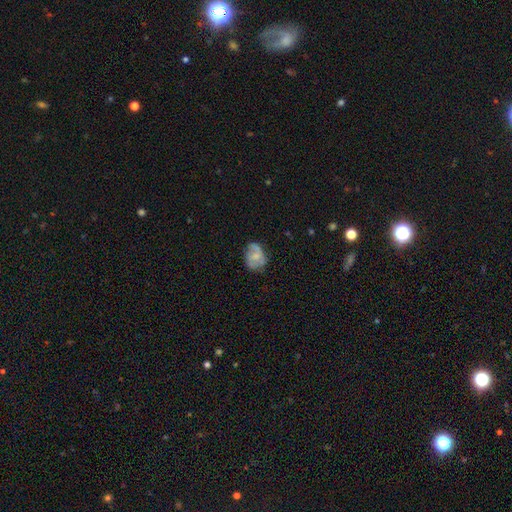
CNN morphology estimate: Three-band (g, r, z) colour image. It shows a featured or disk galaxy (46%, tied with smooth). Merging: none (50%).